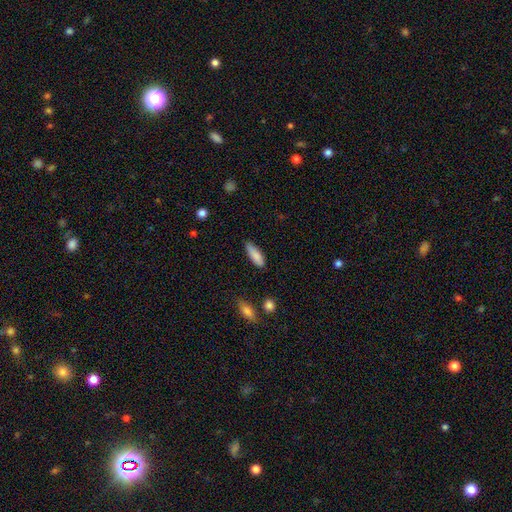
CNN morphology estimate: A smooth galaxy with no disk features (85%) that is in between round and cigar-shaped (53%).

Vote fractions:
- Smooth or featured? smooth: 85% / featured or disk: 8% / star or artifact: 7%
- How rounded? in between: 53% / cigar-shaped: 46% / round: 2%
- Merging? none: 75% / minor disturbance: 20% / major disturbance: 3% / merger: 2%